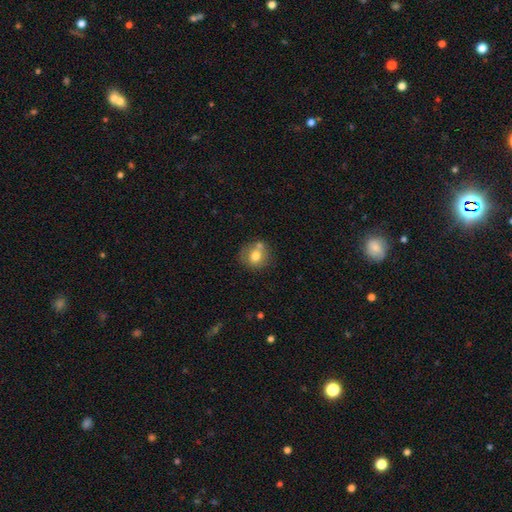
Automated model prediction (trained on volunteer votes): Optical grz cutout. It shows a smooth galaxy with no disk features (73%) that is round (82%). Merging: none (60%).